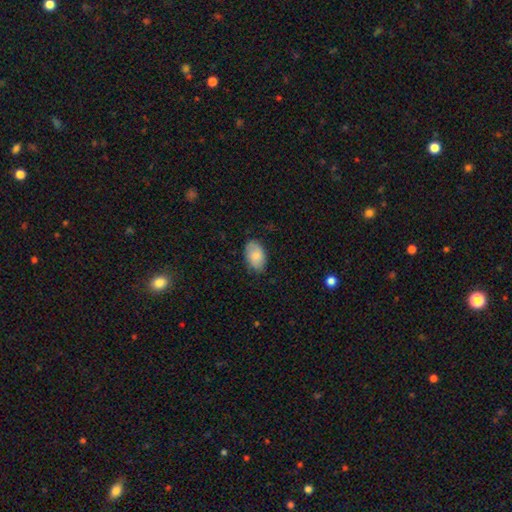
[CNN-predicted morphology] smooth-or-featured: smooth: 78% | featured or disk: 15% | star or artifact: 6%
  how-rounded: in between: 92% | round: 7% | cigar-shaped: 1%
  merging: none: 80% | minor disturbance: 16% | major disturbance: 3% | merger: 1%